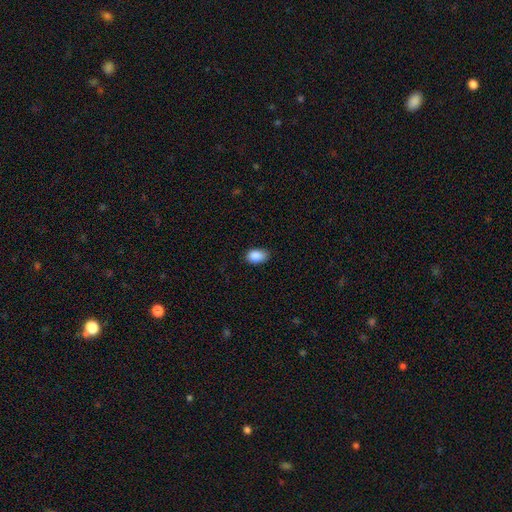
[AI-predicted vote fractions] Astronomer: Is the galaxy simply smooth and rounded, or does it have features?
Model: smooth — 89%.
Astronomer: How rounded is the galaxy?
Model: in between — 88%.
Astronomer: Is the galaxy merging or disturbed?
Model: none — 75%.